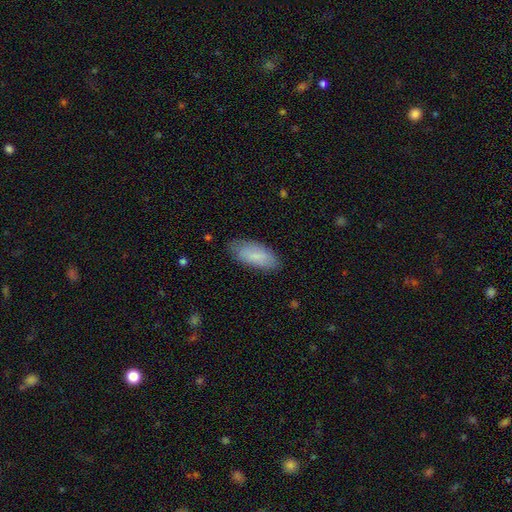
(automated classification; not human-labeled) A smooth galaxy with no disk features (80%) that is in between round and cigar-shaped (82%). Merging: none (75%).